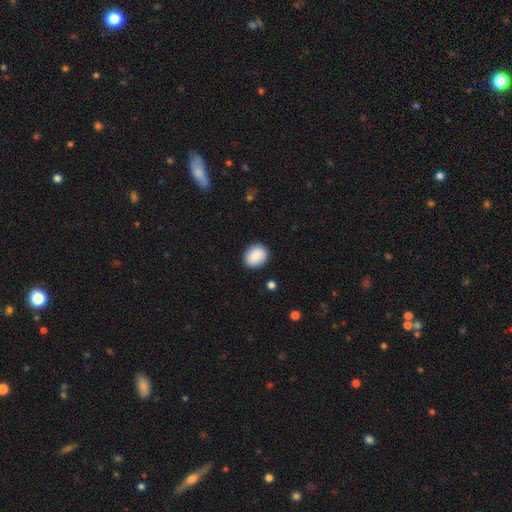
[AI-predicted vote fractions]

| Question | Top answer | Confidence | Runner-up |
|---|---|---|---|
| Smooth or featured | smooth | 88% | star or artifact (7%) |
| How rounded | round | 61% | in between (38%) |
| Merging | none | 88% | minor disturbance (9%) |